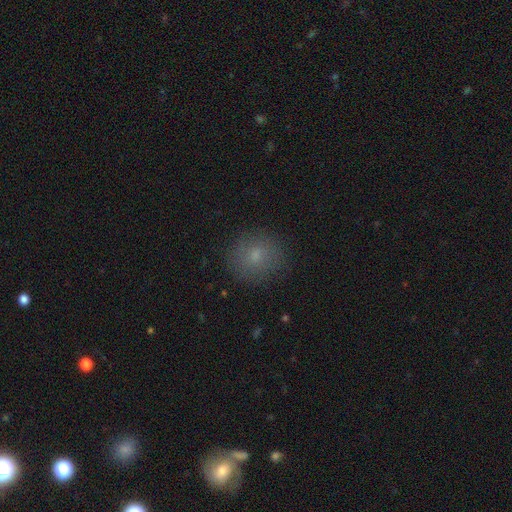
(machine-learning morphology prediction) Smooth or featured?
  - smooth: 74% *
  - star or artifact: 14%
  - featured or disk: 12%
How rounded?
  - round: 82% *
  - in between: 17%
  - cigar-shaped: 1%
Merging?
  - none: 85% *
  - minor disturbance: 10%
  - major disturbance: 3%
  - merger: 1%